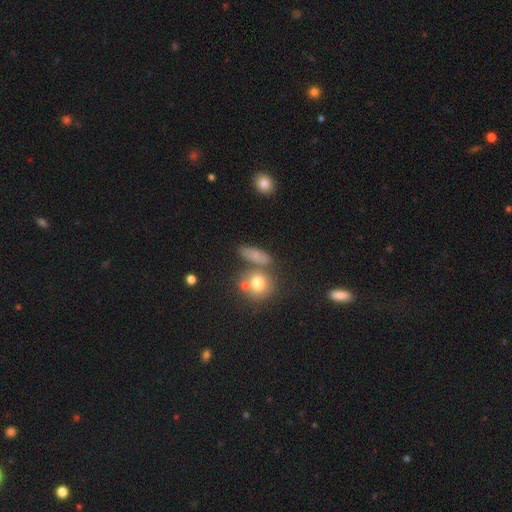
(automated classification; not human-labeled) Overall: smooth (71%). How rounded: in between (56%; round 23%). Merging: none (59%).